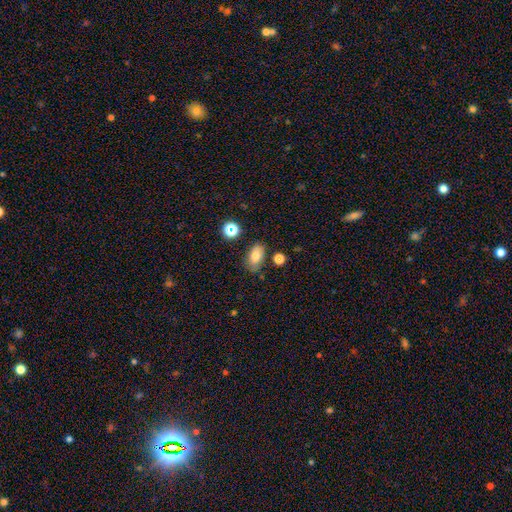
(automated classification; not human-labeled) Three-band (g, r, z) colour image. It shows a smooth galaxy with no disk features (76%) that is in between round and cigar-shaped (87%). Merging: none (75%).